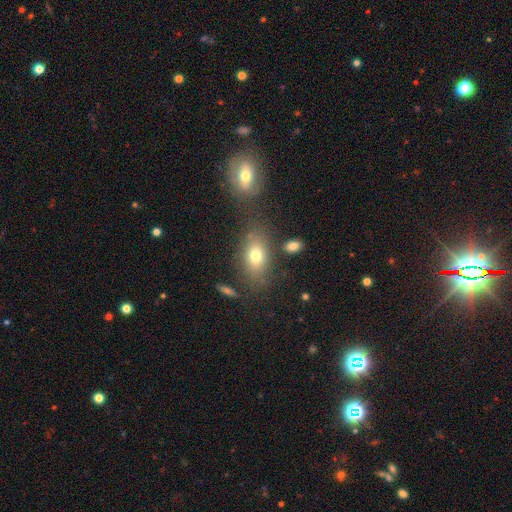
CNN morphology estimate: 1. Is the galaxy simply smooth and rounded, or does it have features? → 72% smooth, 16% featured or disk, 12% star or artifact.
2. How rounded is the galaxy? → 81% in between, 16% round, 3% cigar-shaped.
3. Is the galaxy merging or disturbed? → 70% none, 15% minor disturbance, 8% merger, 7% major disturbance.